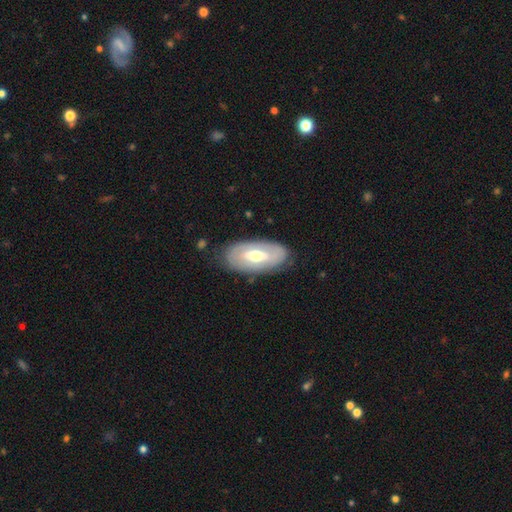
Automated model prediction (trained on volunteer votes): Smooth or featured? Predicted: featured or disk (p=0.60). Edge-on disk? Predicted: no (p=0.87). Bar? Predicted: weak (p=0.40). Spiral arms? Predicted: no (p=0.59). Bulge size? Predicted: moderate (p=0.71). Merging? Predicted: none (p=0.81).